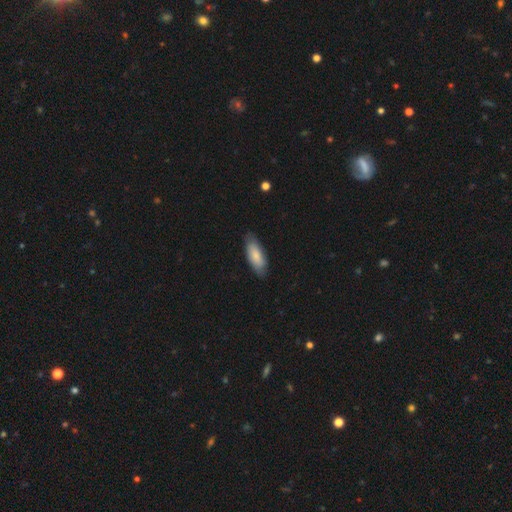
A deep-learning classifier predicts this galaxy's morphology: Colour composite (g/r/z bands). It shows a smooth galaxy with no disk features (79%) that is in between round and cigar-shaped (77%). Merging: none (79%).